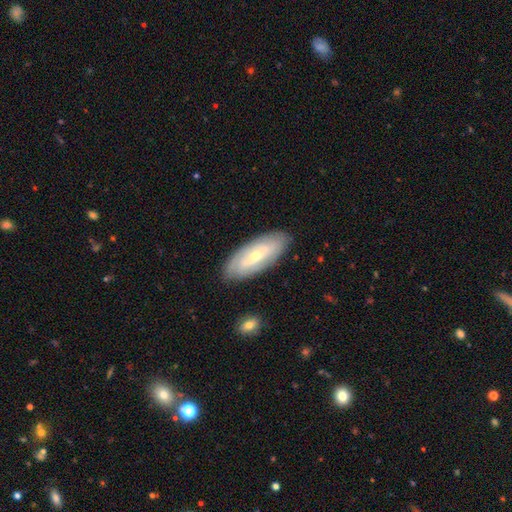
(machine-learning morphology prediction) Smooth or featured? featured or disk (63%)
Edge-on disk? no (83%)
Bar? no (42%)
Spiral arms? yes (65%)
Bulge size? small (58%)
Merging? none (86%)